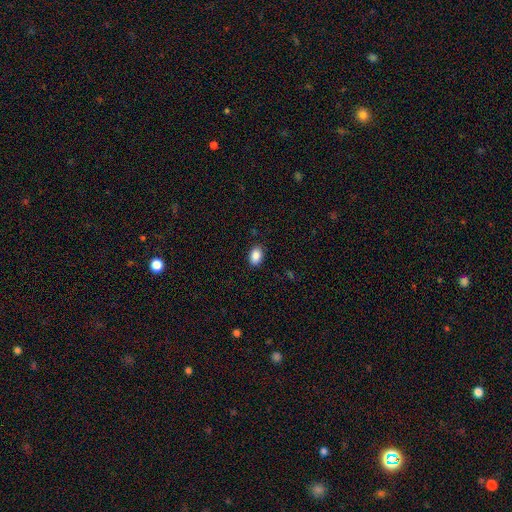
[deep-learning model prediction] Morphology: type=smooth (88%); roundness=in between (83%); merging=none (88%).